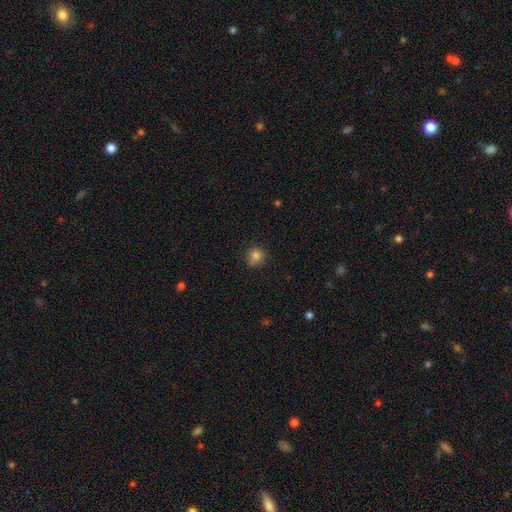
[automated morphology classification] A smooth galaxy with no disk features (81%) that is round (84%).

Vote fractions:
- Smooth or featured? smooth: 81% / star or artifact: 12% / featured or disk: 7%
- How rounded? round: 84% / in between: 15% / cigar-shaped: 1%
- Merging? none: 71% / minor disturbance: 22% / major disturbance: 5% / merger: 3%